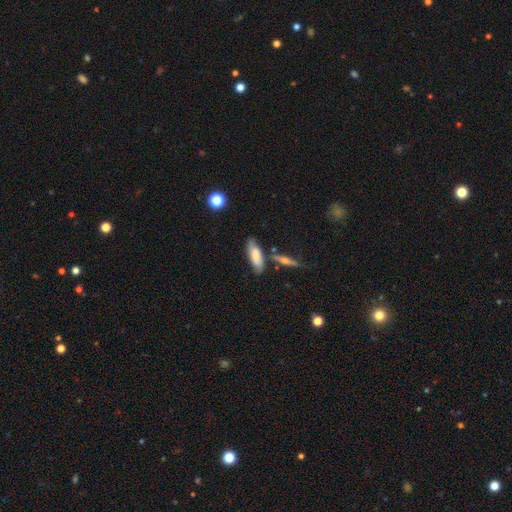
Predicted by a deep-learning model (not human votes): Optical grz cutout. It shows a smooth galaxy with no disk features (66%) that is in between round and cigar-shaped (65%). Merging: none (67%).